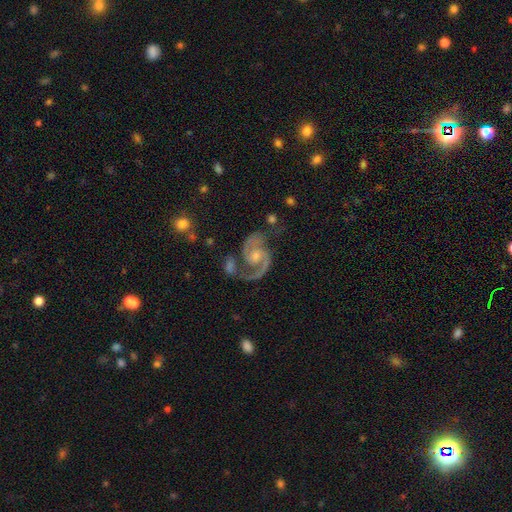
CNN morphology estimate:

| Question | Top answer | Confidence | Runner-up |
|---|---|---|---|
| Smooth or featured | featured or disk | 91% | star or artifact (5%) |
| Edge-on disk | no | 98% | yes (2%) |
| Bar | no | 59% | weak (32%) |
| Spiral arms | yes | 98% | no (2%) |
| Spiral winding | medium | 59% | tight (24%) |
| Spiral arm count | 2 | 89% | 1 (5%) |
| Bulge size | moderate | 48% | small (44%) |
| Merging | none | 62% | minor disturbance (17%) |